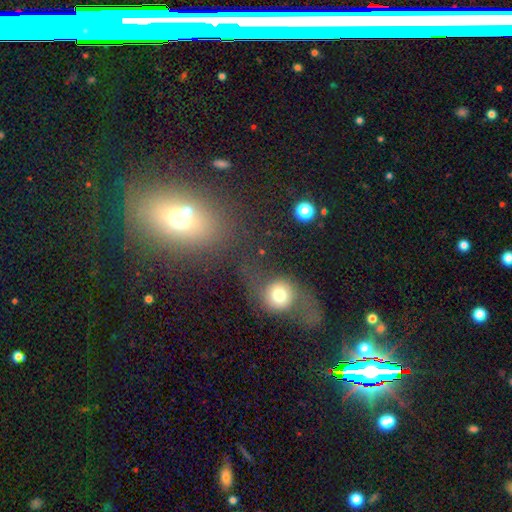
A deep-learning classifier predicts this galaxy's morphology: Smooth or featured: smooth — 41% (star or artifact — 34%)
Merging: none — 76% (minor disturbance — 12%)